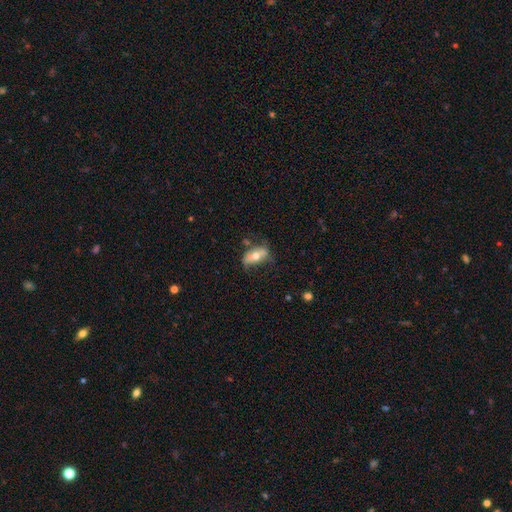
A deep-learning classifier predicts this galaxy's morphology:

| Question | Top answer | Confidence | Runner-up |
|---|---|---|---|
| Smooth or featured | smooth | 48% | featured or disk (45%) |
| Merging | none | 51% | minor disturbance (30%) |